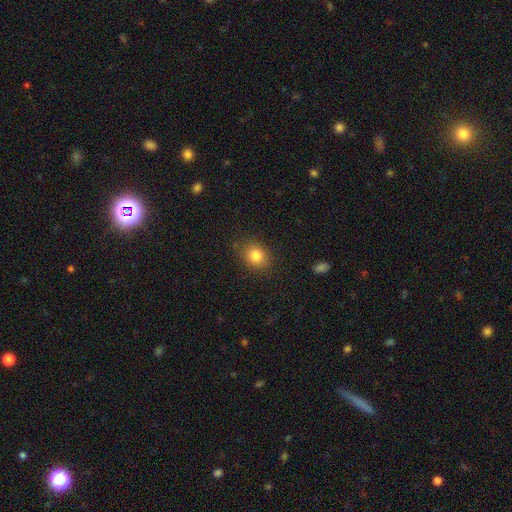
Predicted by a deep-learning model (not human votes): Q: Smooth or featured?
A: smooth (83%); runner-up: star or artifact (10%)
Q: How rounded?
A: round (57%); runner-up: in between (42%)
Q: Merging?
A: none (85%); runner-up: minor disturbance (11%)